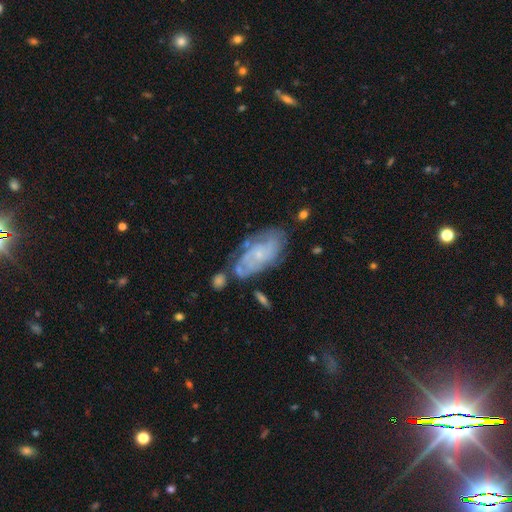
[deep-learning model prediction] featured or disk 60%, smooth 25%, star or artifact 14%. Down the decision tree: edge-on disk — no (90%); bar — no (70%); spiral arms — yes (81%); bulge size — small (70%); merging — none (65%).